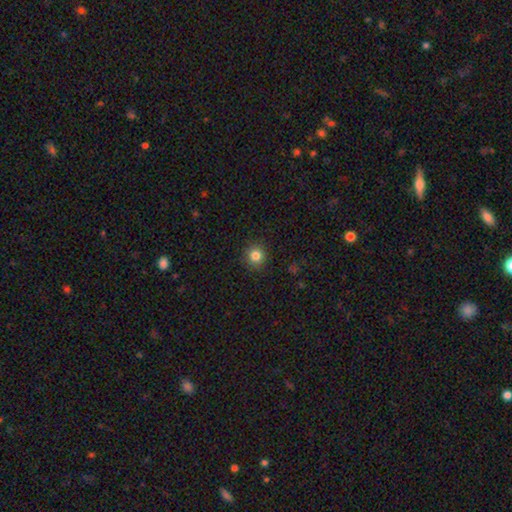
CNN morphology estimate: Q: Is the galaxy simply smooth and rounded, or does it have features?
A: smooth — 83%.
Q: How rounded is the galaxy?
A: round — 92%.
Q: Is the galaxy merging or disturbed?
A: none — 91%.